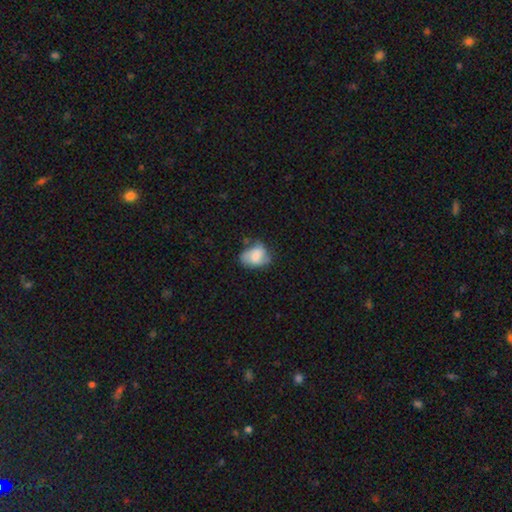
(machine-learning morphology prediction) smooth-or-featured: smooth: 64% | featured or disk: 28% | star or artifact: 8%
  how-rounded: in between: 73% | round: 26% | cigar-shaped: 1%
  merging: none: 44% | minor disturbance: 34% | major disturbance: 16% | merger: 5%